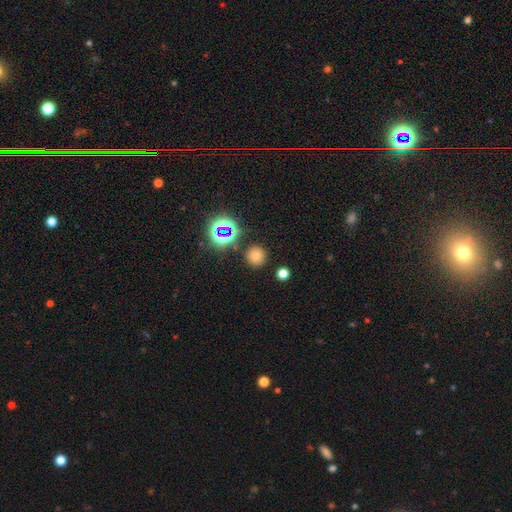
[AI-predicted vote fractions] Smooth or featured? Predicted: smooth (p=0.70). How rounded? Predicted: round (p=0.91). Merging? Predicted: none (p=0.87).